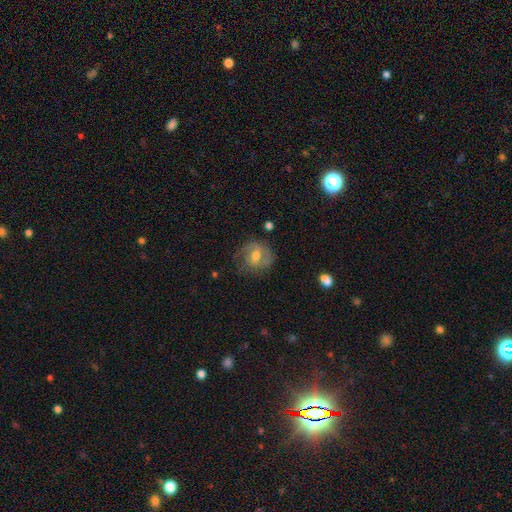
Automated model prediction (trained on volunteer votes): A featured or disk galaxy (65%) with a weak bar (52%), 2 (62%) medium (44%) spiral arms (83%) and a moderate central bulge (69%).

Vote fractions:
- Smooth or featured? featured or disk: 65% / smooth: 28% / star or artifact: 8%
- Edge-on disk? no: 96% / yes: 4%
- Bar? weak: 52% / no: 28% / strong: 20%
- Spiral arms? yes: 83% / no: 17%
- Spiral winding? medium: 44% / tight: 35% / loose: 21%
- Spiral arm count? 2: 62% / can't tell: 18% / 1: 12% / 3: 5% / 4: 2% / more than 4: 2%
- Bulge size? moderate: 69% / small: 24% / large: 5% / none: 2% / dominant: 1%
- Merging? none: 65% / minor disturbance: 22% / major disturbance: 12% / merger: 2%